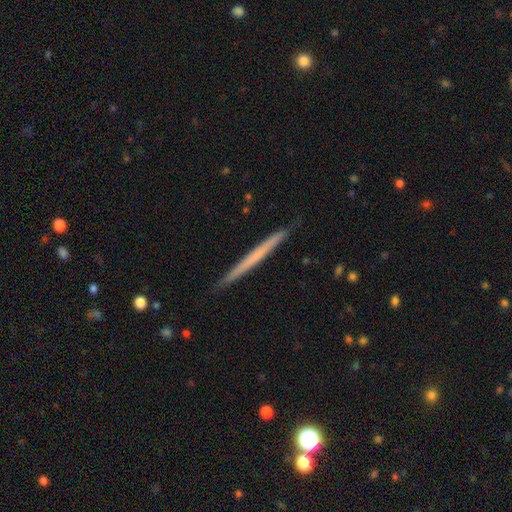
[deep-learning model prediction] A smooth galaxy with no disk features (49%). Merging: none (91%).